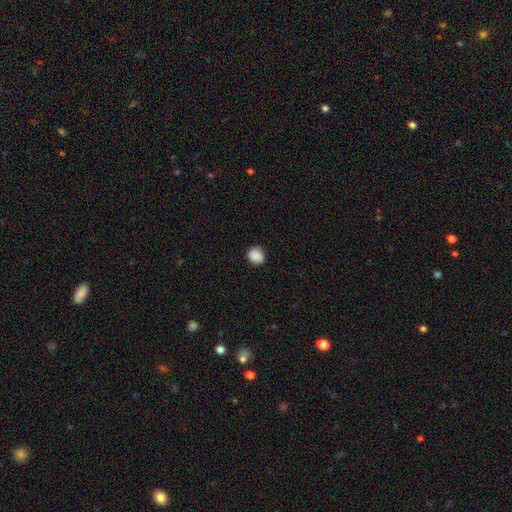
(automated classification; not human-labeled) Smooth or featured? smooth (87%)
How rounded? round (72%)
Merging? none (85%)